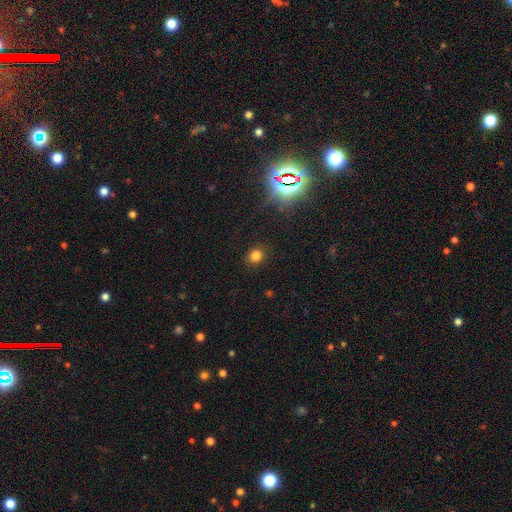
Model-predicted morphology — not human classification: A smooth galaxy with no disk features (77%) that is round (72%). Merging: none (88%).